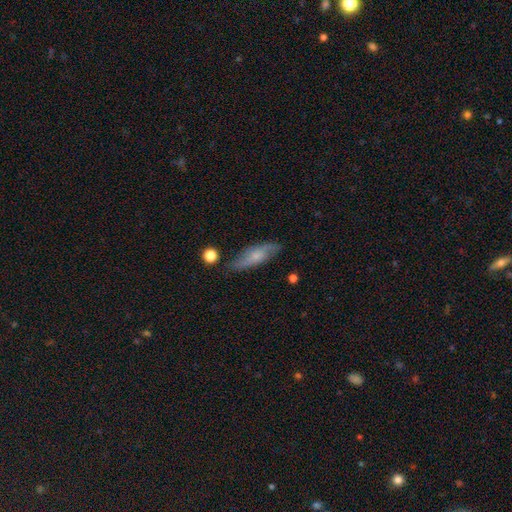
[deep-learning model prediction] Smooth or featured? smooth (51%)
How rounded? in between (51%)
Merging? none (76%)